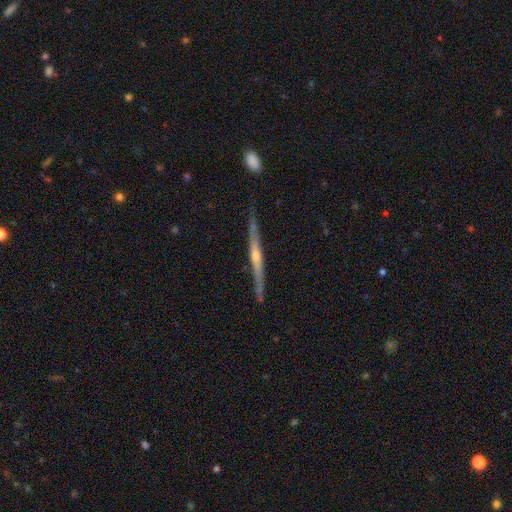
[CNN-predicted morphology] This appears to be a featured or disk galaxy (79%) viewed edge-on (97%) with a rounded central bulge (79%). Merging: none (82%).